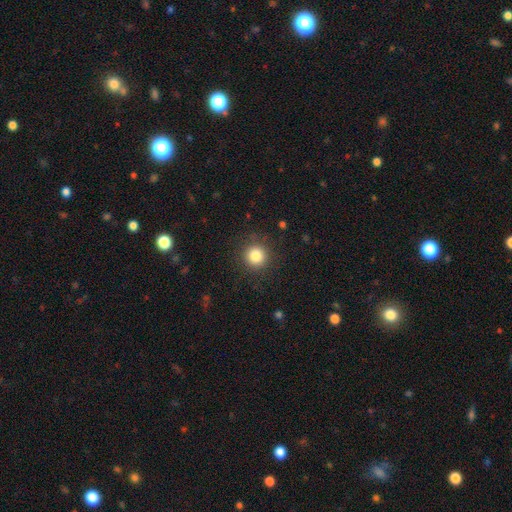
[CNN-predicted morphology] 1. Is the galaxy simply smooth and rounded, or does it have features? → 83% smooth, 11% star or artifact, 5% featured or disk.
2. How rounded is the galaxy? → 95% round, 4% in between, 1% cigar-shaped.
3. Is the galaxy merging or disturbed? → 90% none, 7% minor disturbance, 3% major disturbance, 1% merger.